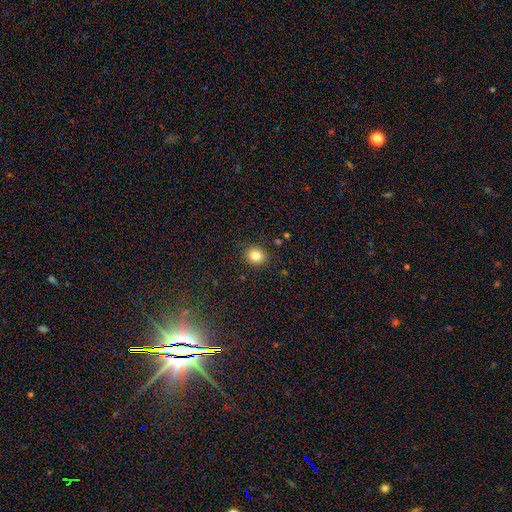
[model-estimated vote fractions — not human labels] smooth-or-featured: smooth: 83% | star or artifact: 11% | featured or disk: 6%
  how-rounded: round: 74% | in between: 25% | cigar-shaped: 1%
  merging: none: 88% | minor disturbance: 8% | major disturbance: 2% | merger: 1%